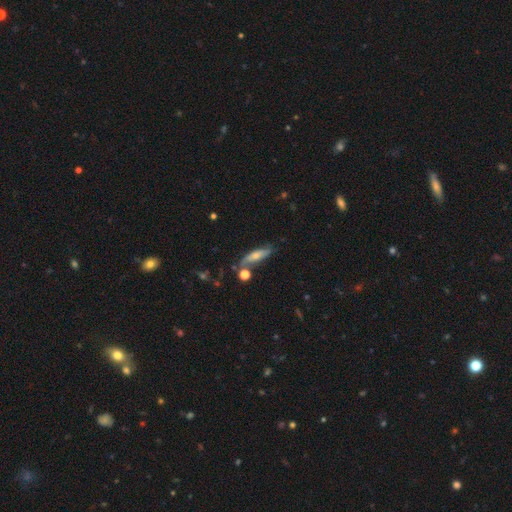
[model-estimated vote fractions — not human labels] smooth_or_featured: smooth (p=0.53) [alt: featured or disk p=0.39]
how_rounded: cigar-shaped (p=0.63) [alt: in between p=0.33]
merging: none (p=0.59) [alt: minor disturbance p=0.22]